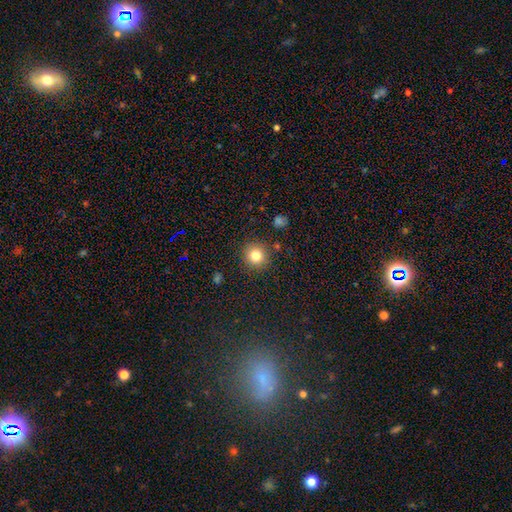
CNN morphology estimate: A smooth galaxy with no disk features (80%) that is round (93%).

Vote fractions:
- Smooth or featured? smooth: 80% / star or artifact: 13% / featured or disk: 7%
- How rounded? round: 93% / in between: 6% / cigar-shaped: 1%
- Merging? none: 89% / minor disturbance: 7% / major disturbance: 2% / merger: 2%